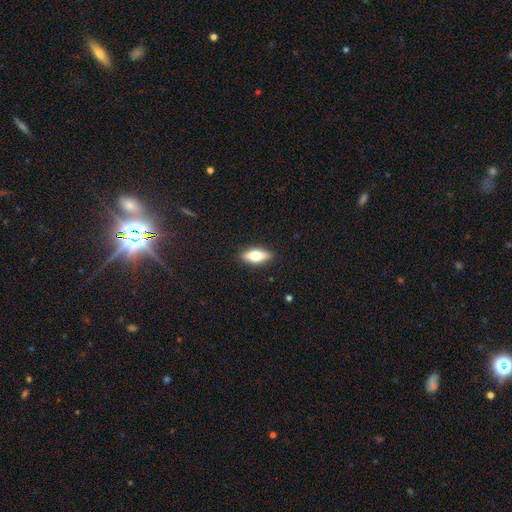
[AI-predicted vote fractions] smooth 63%, featured or disk 30%, star or artifact 7%. Down the decision tree: how rounded — in between (74%); merging — none (89%).